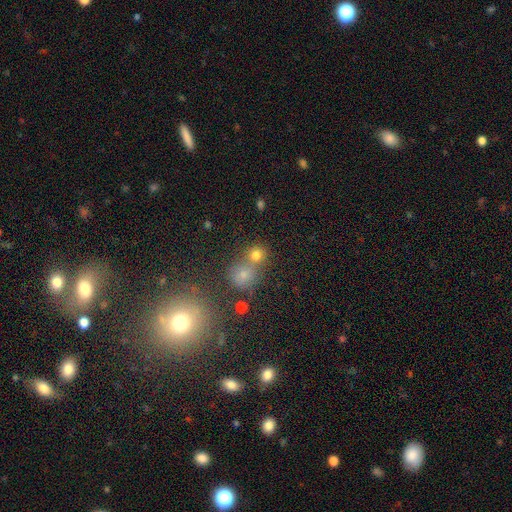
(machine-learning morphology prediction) Smooth or featured? Predicted: smooth (p=0.67). How rounded? Predicted: round (p=0.86). Merging? Predicted: none (p=0.56).